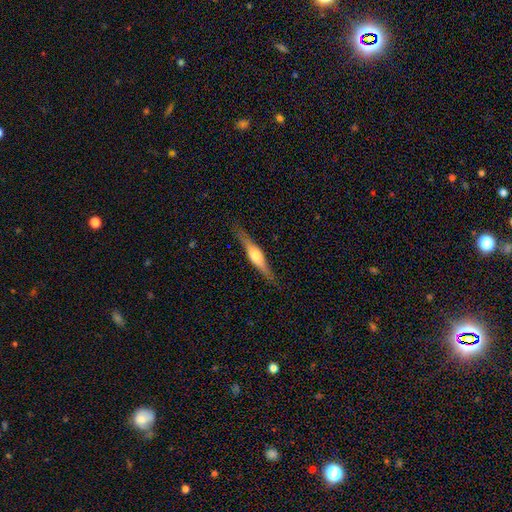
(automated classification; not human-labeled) featured or disk 57%, smooth 37%, star or artifact 6%. Down the decision tree: edge-on disk — yes (93%); edge-on bulge — rounded (86%); merging — none (83%).